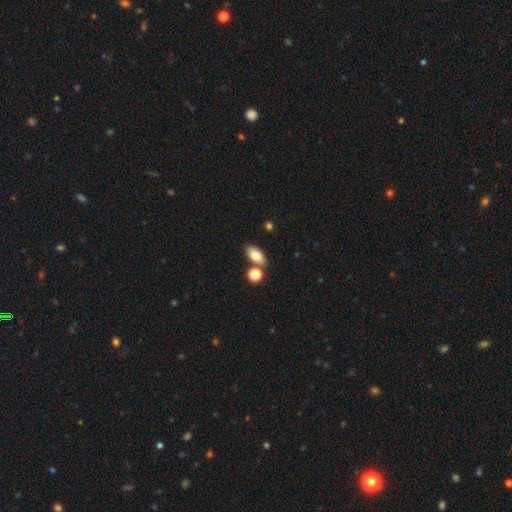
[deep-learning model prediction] smooth 79%, featured or disk 13%, star or artifact 9%. Down the decision tree: how rounded — in between (86%); merging — none (71%).